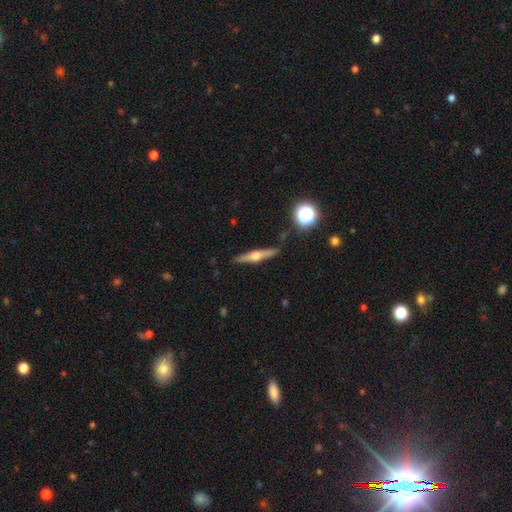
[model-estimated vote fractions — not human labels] This is likely a featured or disk galaxy (67%). It is clearly viewed edge-on (97%). Edge-on bulge: clearly rounded (92%). Merging: clearly none (85%).